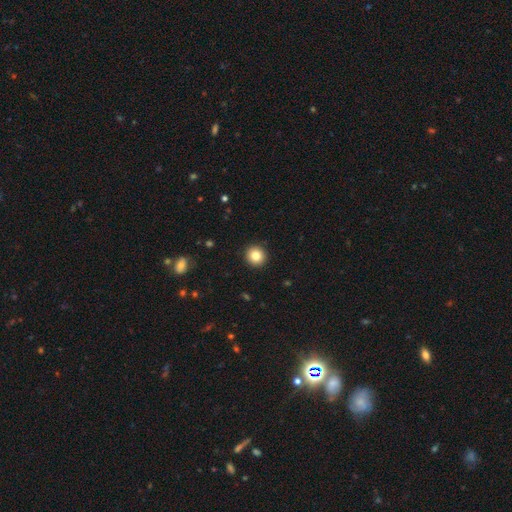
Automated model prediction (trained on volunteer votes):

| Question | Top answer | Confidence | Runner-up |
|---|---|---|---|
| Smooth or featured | smooth | 82% | star or artifact (10%) |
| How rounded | round | 94% | in between (5%) |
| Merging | none | 93% | minor disturbance (5%) |